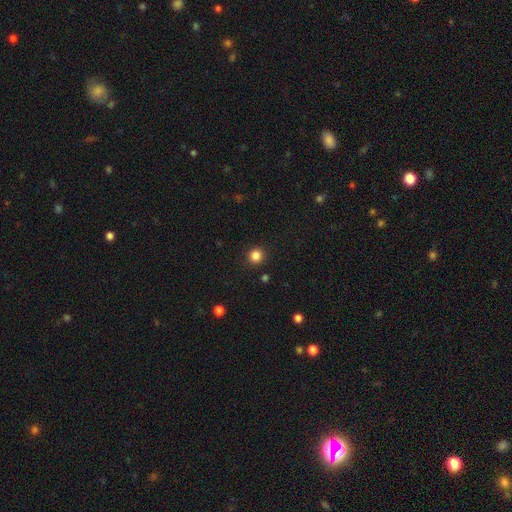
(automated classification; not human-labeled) Smooth or featured? Predicted: smooth (p=0.84). How rounded? Predicted: round (p=0.94). Merging? Predicted: none (p=0.92).